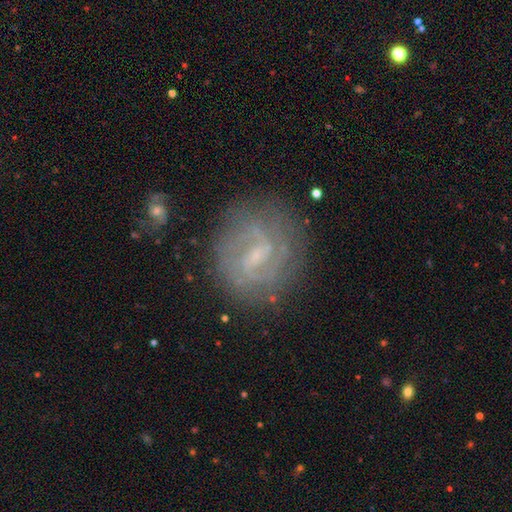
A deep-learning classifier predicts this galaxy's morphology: Smooth or featured: featured or disk — 76% (smooth — 15%)
Edge-on disk: no — 97% (yes — 3%)
Bar: weak — 60% (strong — 22%)
Spiral arms: yes — 89% (no — 11%)
Spiral winding: medium — 41% (tight — 39%)
Spiral arm count: 2 — 59% (can't tell — 24%)
Bulge size: small — 60% (moderate — 19%)
Merging: none — 77% (minor disturbance — 14%)